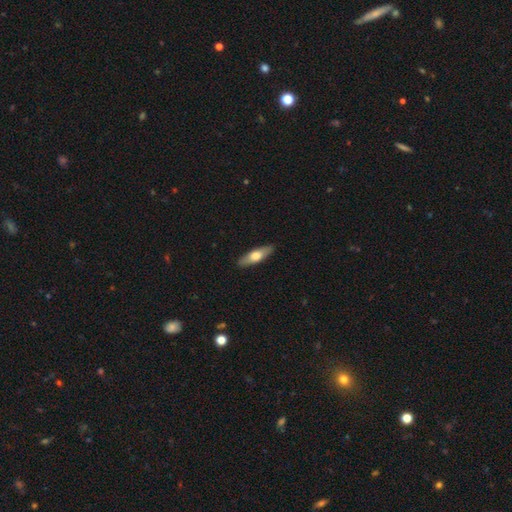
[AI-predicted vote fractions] This appears to be a smooth galaxy with no disk features (59%) that is cigar-shaped (56%). Merging: none (89%).